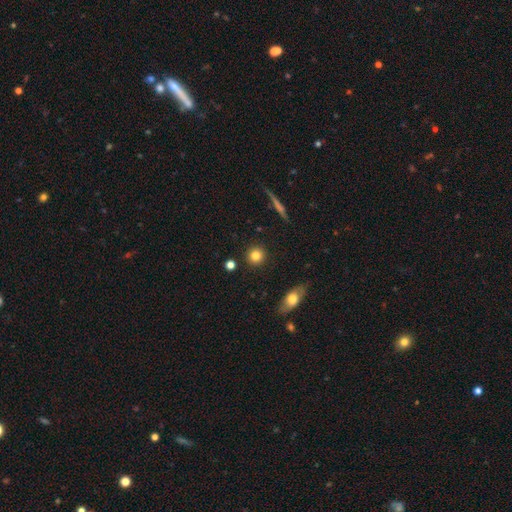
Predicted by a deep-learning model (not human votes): Smooth or featured?
  - smooth: 82% *
  - star or artifact: 10%
  - featured or disk: 8%
How rounded?
  - round: 92% *
  - in between: 7%
  - cigar-shaped: 2%
Merging?
  - none: 91% *
  - minor disturbance: 5%
  - major disturbance: 2%
  - merger: 2%